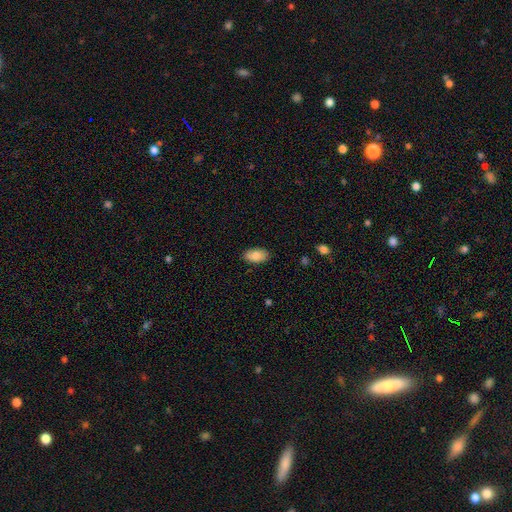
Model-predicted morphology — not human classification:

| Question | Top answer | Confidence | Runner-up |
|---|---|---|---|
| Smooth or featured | smooth | 85% | featured or disk (8%) |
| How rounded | in between | 94% | round (4%) |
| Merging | none | 87% | minor disturbance (10%) |